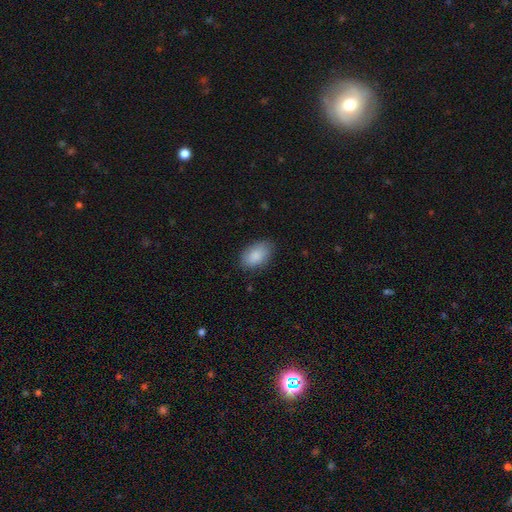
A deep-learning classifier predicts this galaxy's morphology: smooth 88%, star or artifact 7%, featured or disk 6%. Down the decision tree: how rounded — in between (92%); merging — none (82%).